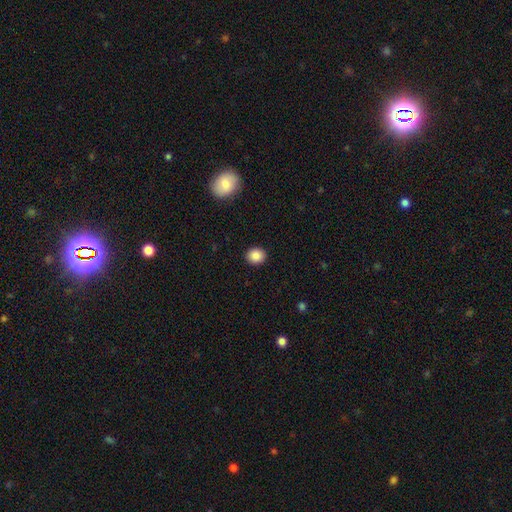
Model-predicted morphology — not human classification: The model was most divided on "how rounded": round: 74%, in between: 25%, cigar-shaped: 1%. More confident: merging — none (92%); smooth or featured — smooth (87%).